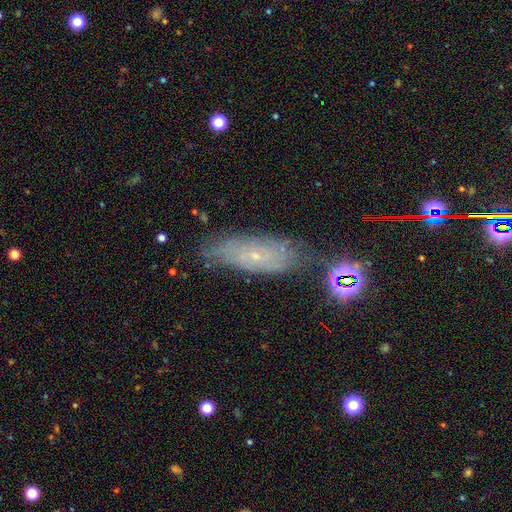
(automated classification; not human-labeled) A featured or disk galaxy (59%). Merging: none (71%).